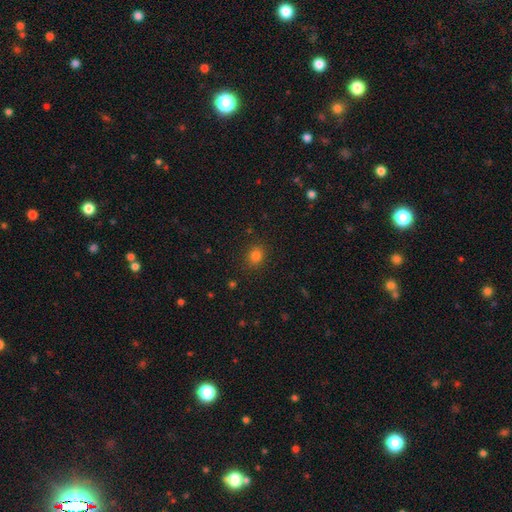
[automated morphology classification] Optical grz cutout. It shows a smooth galaxy with no disk features (81%) that is round (68%). Merging: none (87%).